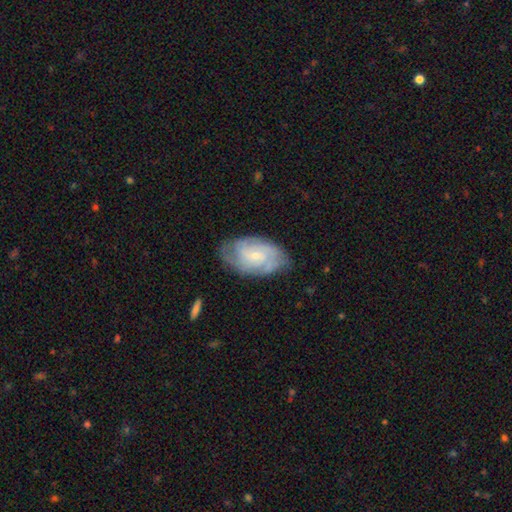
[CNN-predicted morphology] Smooth or featured: featured or disk — 77% (smooth — 18%)
Edge-on disk: no — 96% (yes — 4%)
Bar: no — 60% (weak — 34%)
Spiral arms: yes — 93% (no — 7%)
Spiral winding: tight — 60% (medium — 32%)
Spiral arm count: can't tell — 37% (2 — 23%)
Bulge size: small — 75% (moderate — 20%)
Merging: none — 72% (minor disturbance — 21%)